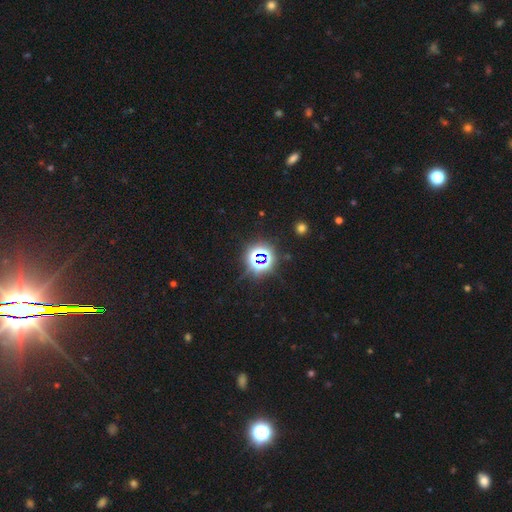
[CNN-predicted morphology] The model was most divided on "smooth or featured": star or artifact: 77%, smooth: 15%, featured or disk: 8%.